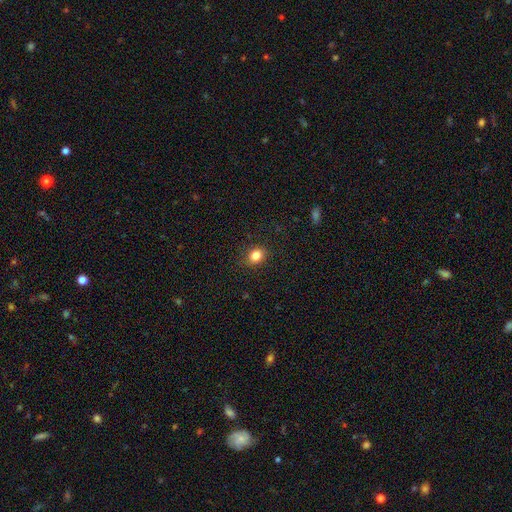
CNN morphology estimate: Overall: smooth (83%). How rounded: round (60%; in between 39%). Merging: none (87%).